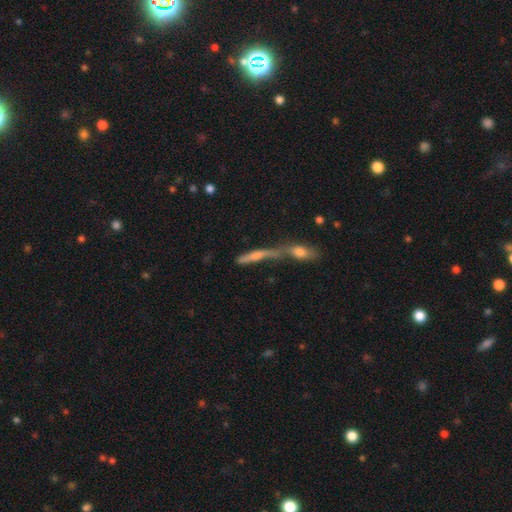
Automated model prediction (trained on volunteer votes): A smooth galaxy with no disk features (53%) that is cigar-shaped (76%).

Vote fractions:
- Smooth or featured? smooth: 53% / featured or disk: 37% / star or artifact: 10%
- How rounded? cigar-shaped: 76% / in between: 19% / round: 5%
- Merging? merger: 68% / none: 20% / minor disturbance: 7% / major disturbance: 6%